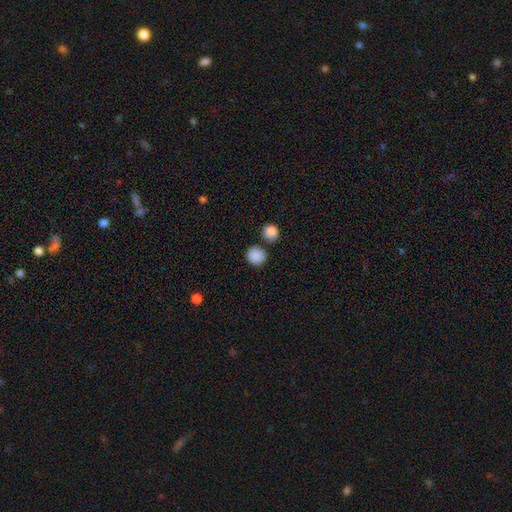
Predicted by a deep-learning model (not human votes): Q: Smooth or featured?
A: smooth (88%); runner-up: star or artifact (9%)
Q: How rounded?
A: round (87%); runner-up: in between (12%)
Q: Merging?
A: none (81%); runner-up: minor disturbance (9%)